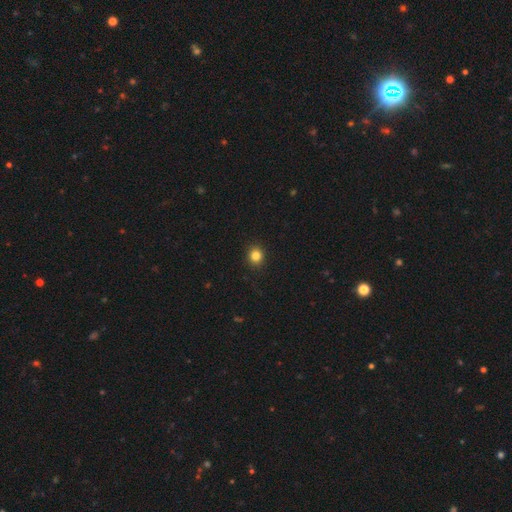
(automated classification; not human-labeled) Q: Smooth or featured?
A: smooth (84%); runner-up: star or artifact (12%)
Q: How rounded?
A: round (84%); runner-up: in between (15%)
Q: Merging?
A: none (91%); runner-up: minor disturbance (6%)